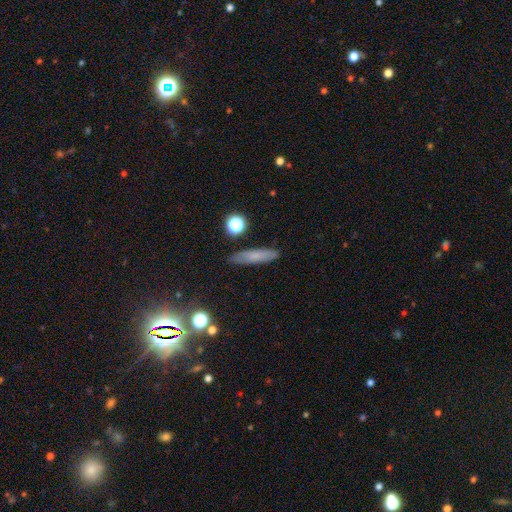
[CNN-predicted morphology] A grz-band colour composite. It shows a smooth galaxy with no disk features (71%) that is cigar-shaped (79%). Merging: none (85%).